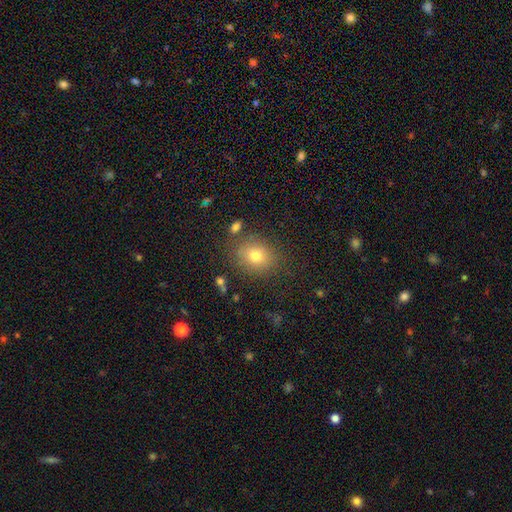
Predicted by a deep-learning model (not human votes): Overall: smooth (75%). How rounded: round (56%; in between 43%). Merging: none (81%).